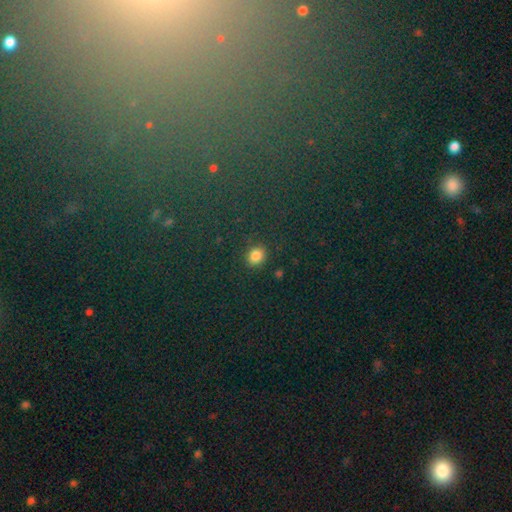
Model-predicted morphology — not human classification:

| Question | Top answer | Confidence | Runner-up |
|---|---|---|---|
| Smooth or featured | smooth | 82% | star or artifact (13%) |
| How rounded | round | 57% | in between (41%) |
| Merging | none | 84% | minor disturbance (11%) |